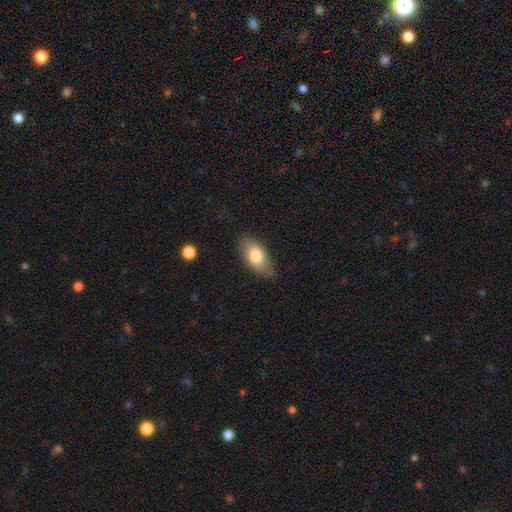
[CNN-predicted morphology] smooth_or_featured: smooth (p=0.74) [alt: featured or disk p=0.20]
how_rounded: in between (p=0.88) [alt: cigar-shaped p=0.08]
merging: none (p=0.80) [alt: minor disturbance p=0.15]